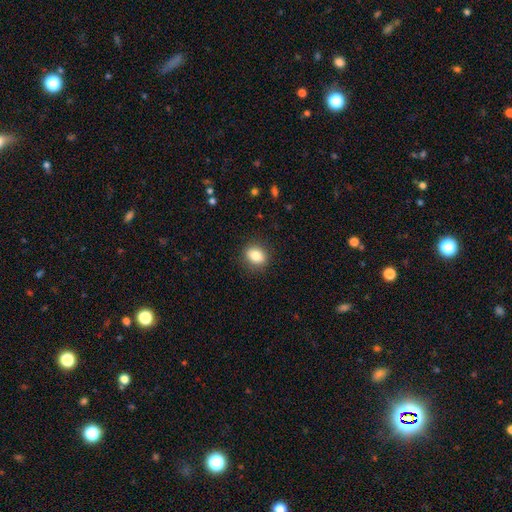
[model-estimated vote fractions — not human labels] This appears to be a smooth galaxy with no disk features (83%) that is in between round and cigar-shaped (57%). Merging: none (87%).